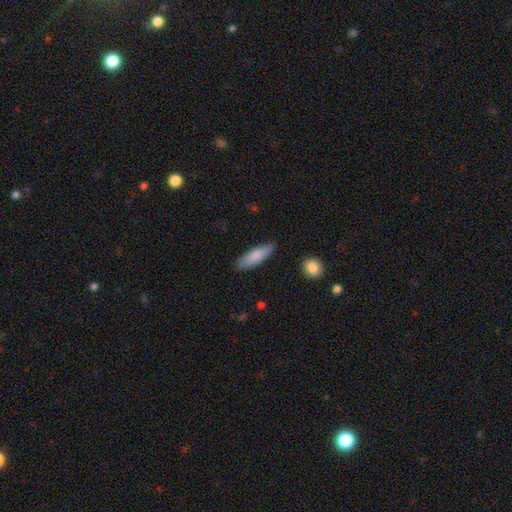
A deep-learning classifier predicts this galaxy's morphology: The model was most divided on "how rounded": cigar-shaped: 52%, in between: 47%, round: 2%. More confident: merging — none (85%); smooth or featured — smooth (84%).